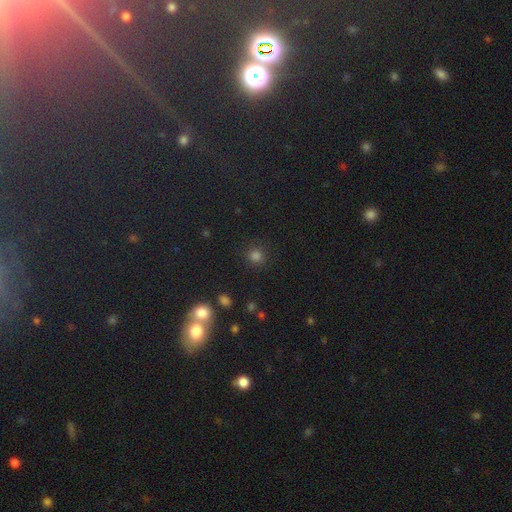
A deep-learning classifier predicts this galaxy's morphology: smooth_or_featured: smooth (p=0.78) [alt: star or artifact p=0.18]
how_rounded: round (p=0.91) [alt: in between p=0.08]
merging: none (p=0.87) [alt: minor disturbance p=0.08]